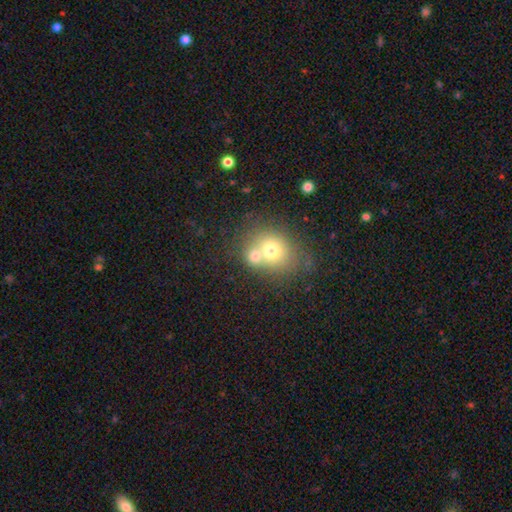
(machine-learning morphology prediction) A smooth galaxy with no disk features (67%) that is round (68%).

Vote fractions:
- Smooth or featured? smooth: 67% / featured or disk: 20% / star or artifact: 13%
- How rounded? round: 68% / in between: 31% / cigar-shaped: 1%
- Merging? merger: 56% / none: 31% / minor disturbance: 8% / major disturbance: 4%